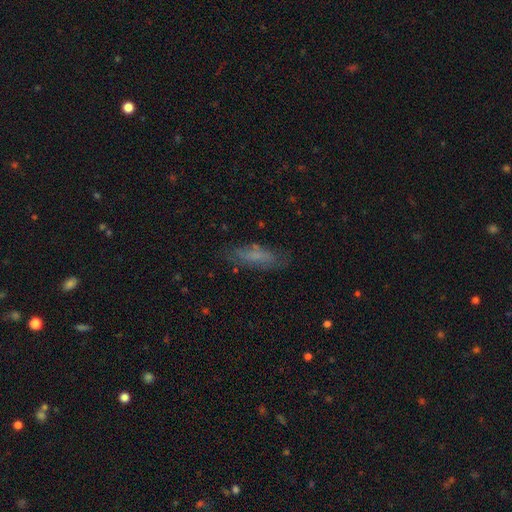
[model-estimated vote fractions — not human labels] smooth 60%, featured or disk 29%, star or artifact 11%. Down the decision tree: how rounded — in between (52%); merging — none (73%).